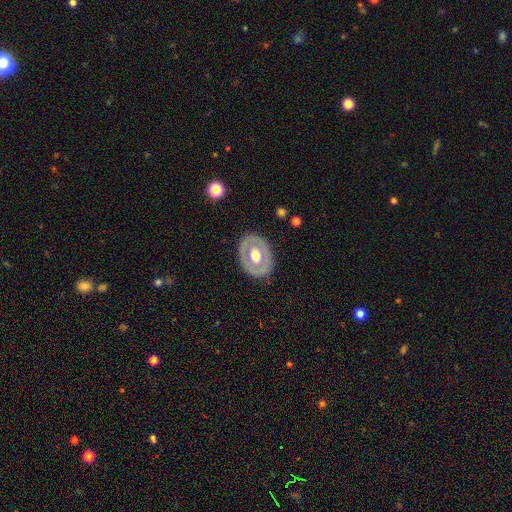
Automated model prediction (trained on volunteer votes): smooth_or_featured: featured or disk (p=0.55) [alt: smooth p=0.40]
disk_edge_on: no (p=0.92) [alt: yes p=0.08]
bar: no (p=0.86) [alt: weak p=0.10]
has_spiral_arms: no (p=0.92) [alt: yes p=0.08]
bulge_size: moderate (p=0.65) [alt: large p=0.28]
merging: none (p=0.85) [alt: minor disturbance p=0.10]